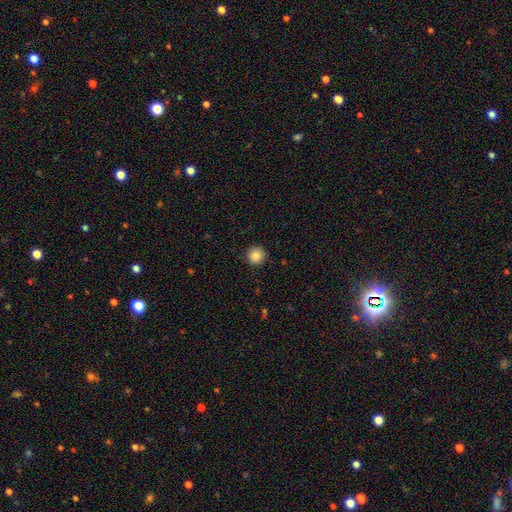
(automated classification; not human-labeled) The model was most divided on "smooth or featured": smooth: 87%, star or artifact: 9%, featured or disk: 3%. More confident: how rounded — round (96%); merging — none (92%).